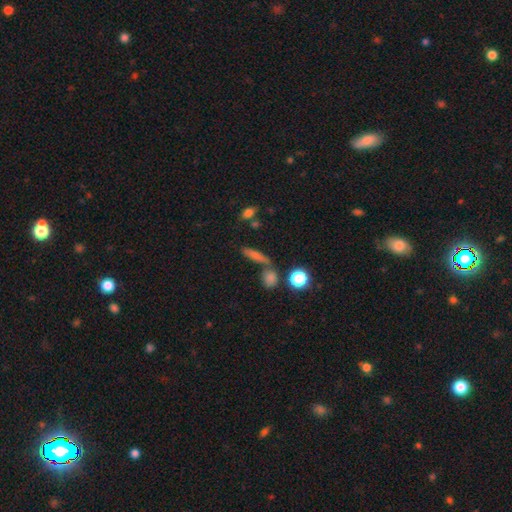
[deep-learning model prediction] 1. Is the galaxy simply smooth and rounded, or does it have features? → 57% smooth, 27% featured or disk, 16% star or artifact.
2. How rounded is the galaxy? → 62% cigar-shaped, 26% in between, 12% round.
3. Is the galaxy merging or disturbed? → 61% none, 21% merger, 12% minor disturbance, 6% major disturbance.